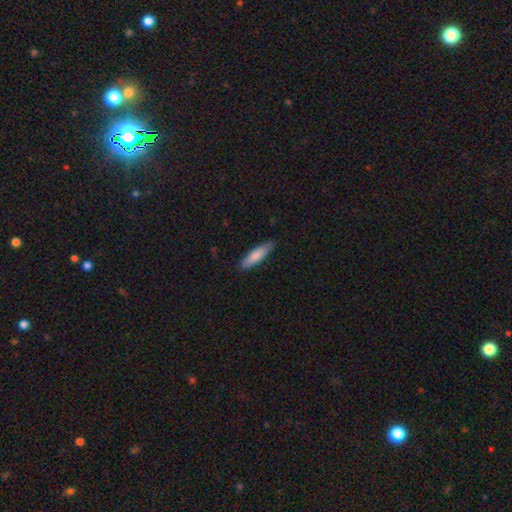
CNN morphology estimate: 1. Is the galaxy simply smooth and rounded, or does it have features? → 81% smooth, 14% featured or disk, 5% star or artifact.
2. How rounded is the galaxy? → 67% cigar-shaped, 32% in between, 1% round.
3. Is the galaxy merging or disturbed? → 81% none, 15% minor disturbance, 2% major disturbance, 1% merger.